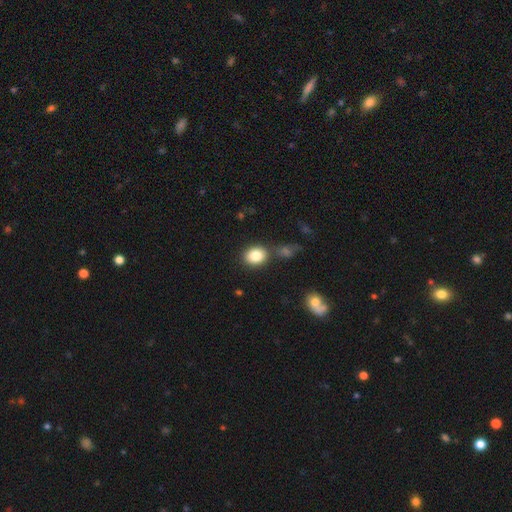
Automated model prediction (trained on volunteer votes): Morphology: type=smooth (84%); roundness=in between (55%); merging=none (76%).